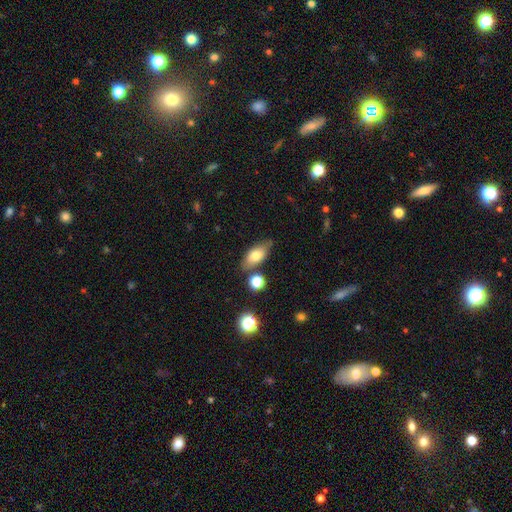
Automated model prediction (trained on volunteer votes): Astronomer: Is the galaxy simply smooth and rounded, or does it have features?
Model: smooth — 72%.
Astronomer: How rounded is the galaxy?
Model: in between — 83%.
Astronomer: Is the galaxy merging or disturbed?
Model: none — 72%.